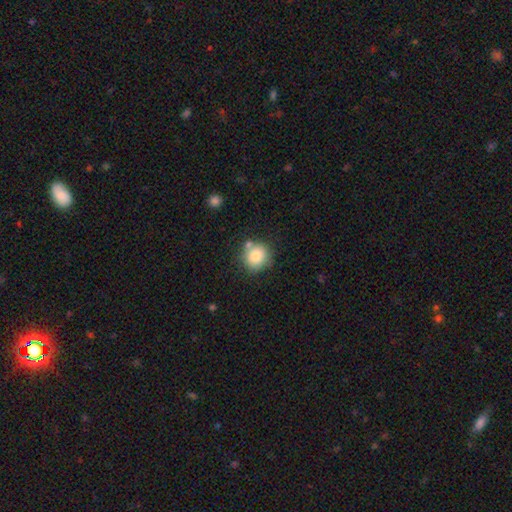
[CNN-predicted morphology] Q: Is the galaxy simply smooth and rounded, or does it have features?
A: smooth — 84%.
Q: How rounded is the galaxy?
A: round — 80%.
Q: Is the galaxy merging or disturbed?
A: none — 71%.